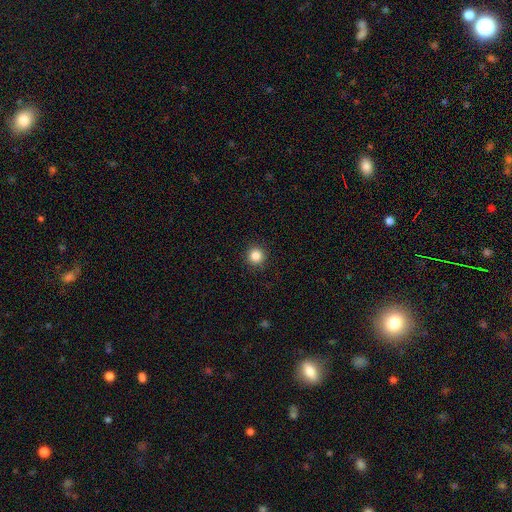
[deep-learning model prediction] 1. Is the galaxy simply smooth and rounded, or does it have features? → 84% smooth, 11% star or artifact, 5% featured or disk.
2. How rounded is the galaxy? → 96% round, 4% in between, 1% cigar-shaped.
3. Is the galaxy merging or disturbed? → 92% none, 5% minor disturbance, 2% major disturbance, 1% merger.